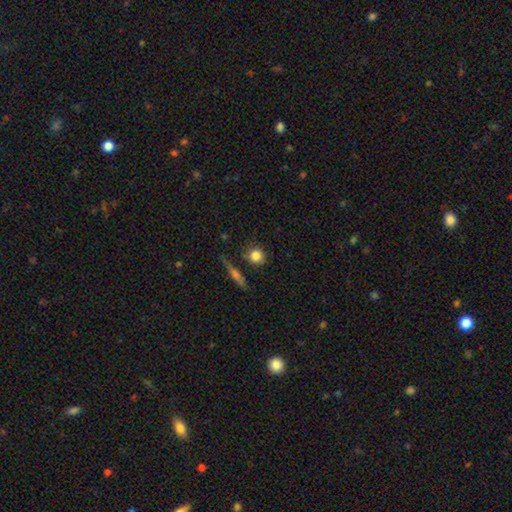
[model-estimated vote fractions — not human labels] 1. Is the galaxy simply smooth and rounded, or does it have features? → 81% smooth, 10% featured or disk, 9% star or artifact.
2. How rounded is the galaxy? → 79% round, 17% in between, 3% cigar-shaped.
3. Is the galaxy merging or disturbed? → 71% none, 16% minor disturbance, 8% merger, 5% major disturbance.